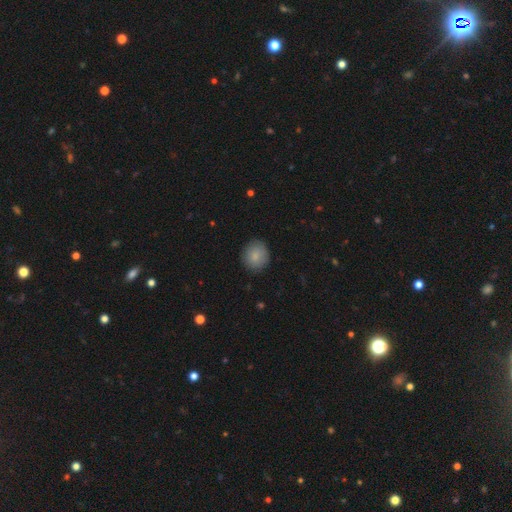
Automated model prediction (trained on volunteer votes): smooth_or_featured: smooth (p=0.86) [alt: star or artifact p=0.07]
how_rounded: round (p=0.78) [alt: in between p=0.21]
merging: none (p=0.86) [alt: minor disturbance p=0.10]